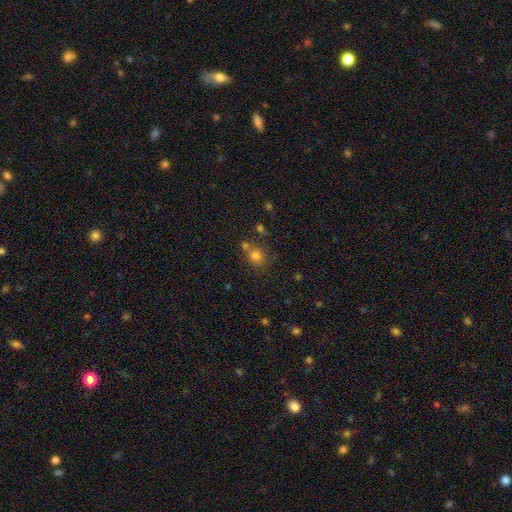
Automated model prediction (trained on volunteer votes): Smooth or featured?
  - smooth: 77% *
  - star or artifact: 15%
  - featured or disk: 8%
How rounded?
  - round: 82% *
  - in between: 17%
  - cigar-shaped: 1%
Merging?
  - none: 61% *
  - merger: 24%
  - minor disturbance: 11%
  - major disturbance: 4%